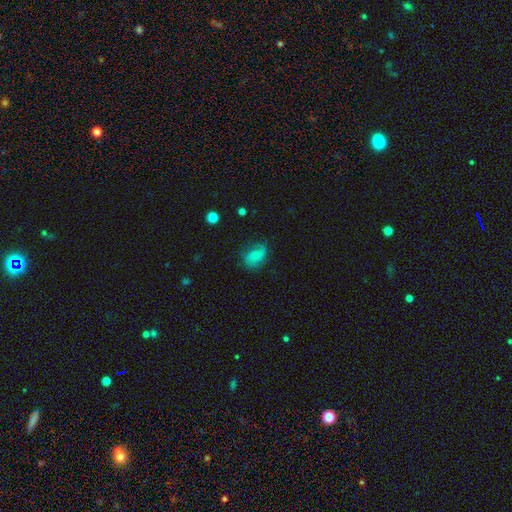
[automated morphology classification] A smooth galaxy with no disk features (56%) that is in between round and cigar-shaped (74%).

Vote fractions:
- Smooth or featured? smooth: 56% / featured or disk: 34% / star or artifact: 10%
- How rounded? in between: 74% / round: 25% / cigar-shaped: 2%
- Merging? none: 55% / minor disturbance: 29% / major disturbance: 14% / merger: 2%